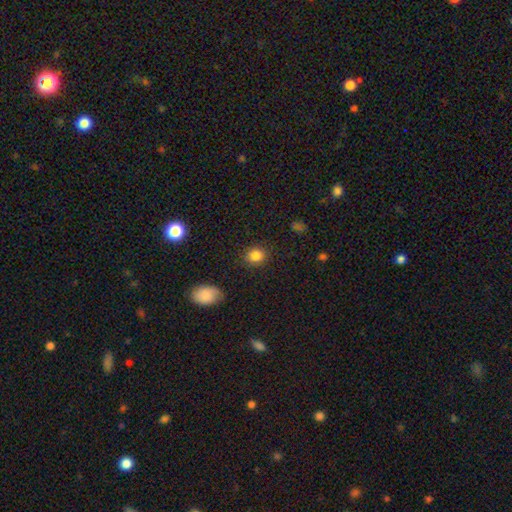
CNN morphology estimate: A smooth galaxy with no disk features (84%) that is round (76%). Merging: none (86%).